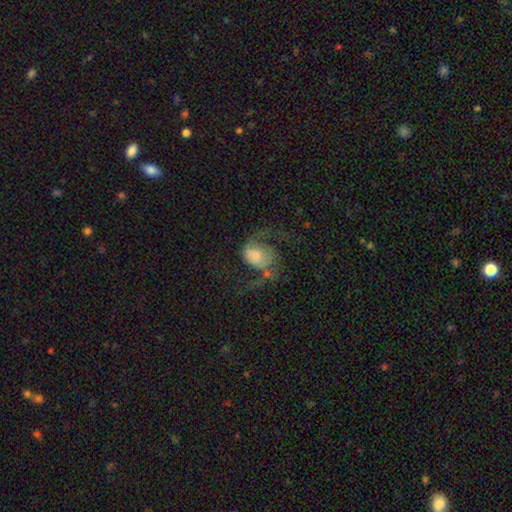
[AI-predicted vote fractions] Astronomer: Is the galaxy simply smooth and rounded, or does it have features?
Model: featured or disk — 57% (runner-up: smooth, 35%).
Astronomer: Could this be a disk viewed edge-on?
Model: no — 97%.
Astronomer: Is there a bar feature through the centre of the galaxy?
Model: no — 72%.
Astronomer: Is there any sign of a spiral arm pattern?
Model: yes — 79%.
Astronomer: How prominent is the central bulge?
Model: small — 31% (runner-up: moderate, 30%).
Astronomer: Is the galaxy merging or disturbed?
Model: major disturbance — 46% (runner-up: none, 29%).